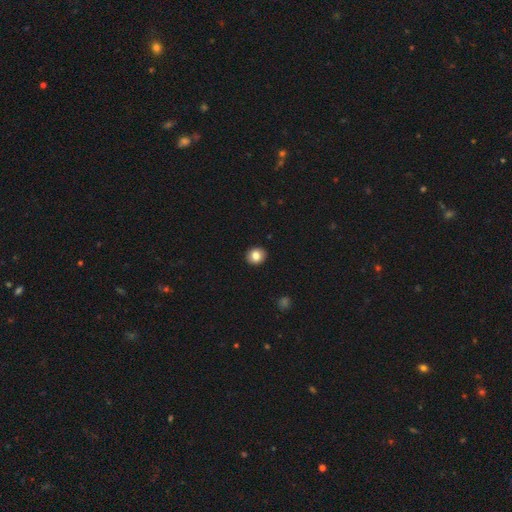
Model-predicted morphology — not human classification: Smooth or featured? smooth (82%)
How rounded? round (78%)
Merging? none (92%)